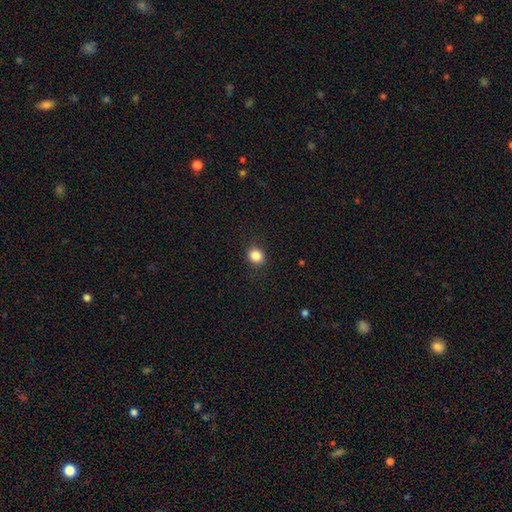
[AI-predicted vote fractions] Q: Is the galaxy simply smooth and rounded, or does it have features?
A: smooth — 86%.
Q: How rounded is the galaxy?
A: round — 74%.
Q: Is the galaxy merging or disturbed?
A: none — 89%.